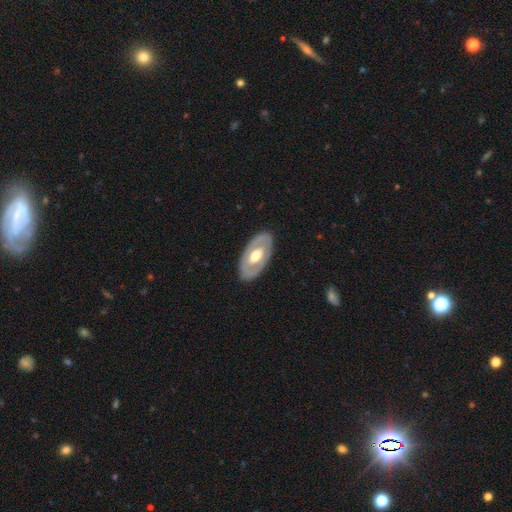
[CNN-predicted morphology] A featured or disk galaxy (61%) with no bar (67%), no spiral arms (80%) and a moderate central bulge (66%). Merging: none (86%).